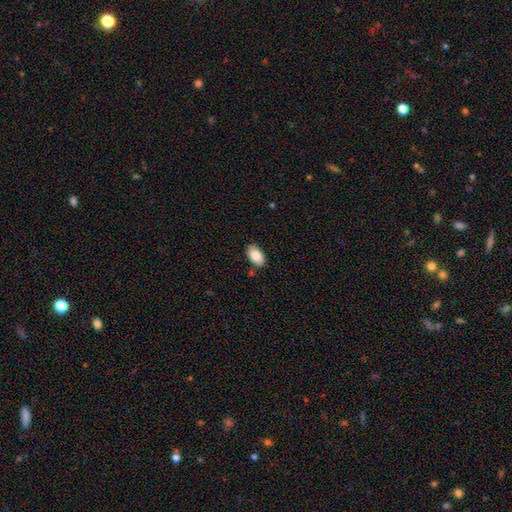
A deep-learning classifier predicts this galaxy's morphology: This appears to be a smooth galaxy with no disk features (88%) that is in between round and cigar-shaped (94%). Merging: none (83%).